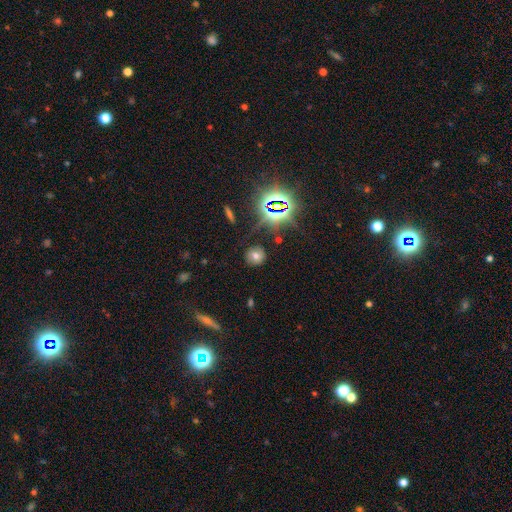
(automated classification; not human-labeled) Smooth or featured? Predicted: smooth (p=0.59). How rounded? Predicted: round (p=0.86). Merging? Predicted: none (p=0.84).